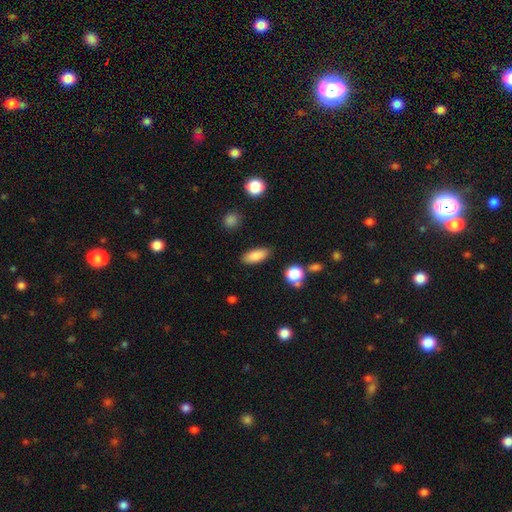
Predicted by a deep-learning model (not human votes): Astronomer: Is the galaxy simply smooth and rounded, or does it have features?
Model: smooth — 84%.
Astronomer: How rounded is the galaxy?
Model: in between — 80%.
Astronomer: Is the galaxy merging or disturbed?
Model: none — 86%.